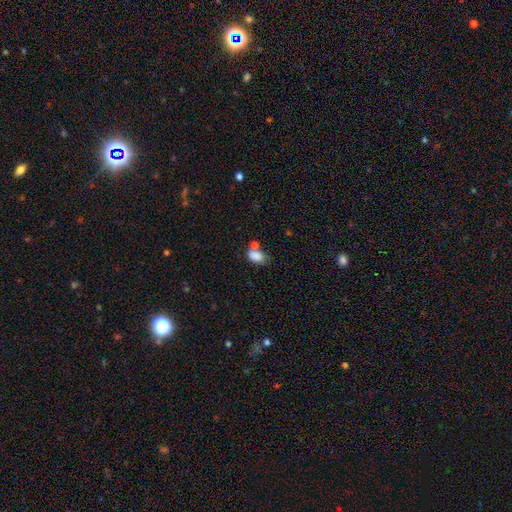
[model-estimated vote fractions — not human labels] Smooth or featured? smooth (83%)
How rounded? in between (86%)
Merging? none (41%)